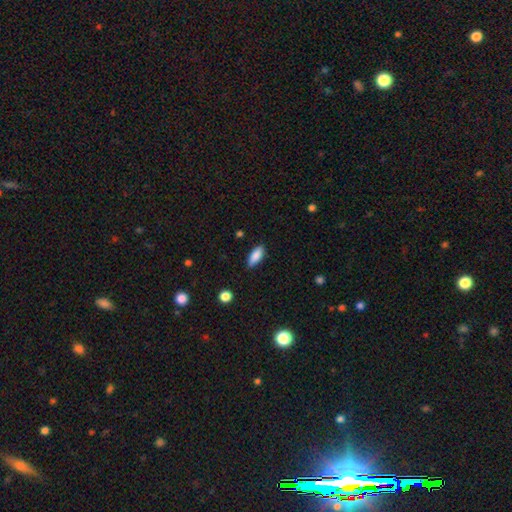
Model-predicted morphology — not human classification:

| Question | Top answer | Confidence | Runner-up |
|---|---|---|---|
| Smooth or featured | smooth | 85% | featured or disk (8%) |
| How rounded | in between | 79% | cigar-shaped (19%) |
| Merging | none | 83% | minor disturbance (13%) |